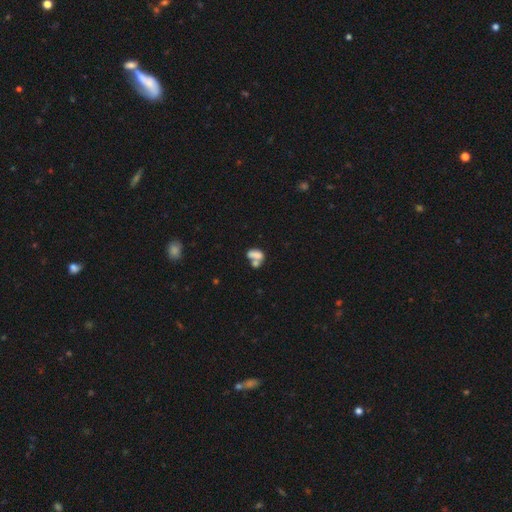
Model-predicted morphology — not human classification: A smooth galaxy with no disk features (72%) that is in between round and cigar-shaped (82%).

Vote fractions:
- Smooth or featured? smooth: 72% / featured or disk: 17% / star or artifact: 10%
- How rounded? in between: 82% / round: 13% / cigar-shaped: 5%
- Merging? merger: 58% / none: 24% / minor disturbance: 10% / major disturbance: 8%